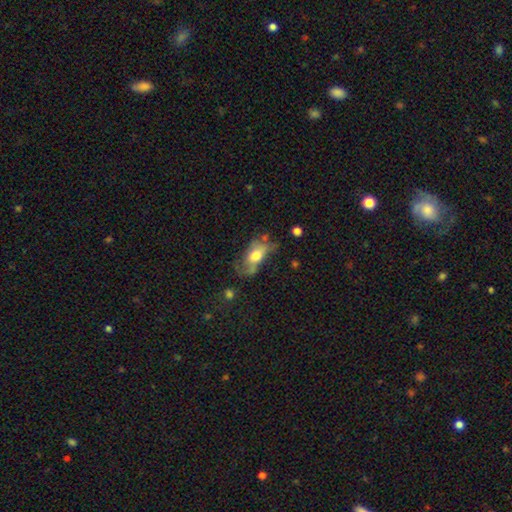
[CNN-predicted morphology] The model was most divided on "merging": none: 35%, major disturbance: 30%, minor disturbance: 28%, merger: 7%. More confident: how rounded — in between (83%); smooth or featured — smooth (54%).